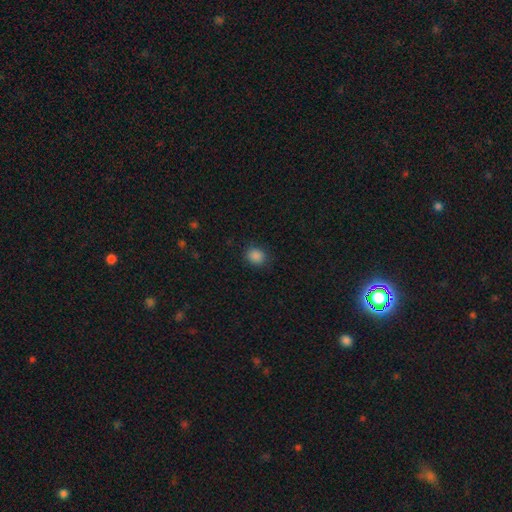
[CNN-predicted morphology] Smooth or featured?
  - smooth: 86% *
  - star or artifact: 11%
  - featured or disk: 3%
How rounded?
  - round: 67% *
  - in between: 32%
  - cigar-shaped: 1%
Merging?
  - none: 87% *
  - minor disturbance: 9%
  - major disturbance: 3%
  - merger: 1%